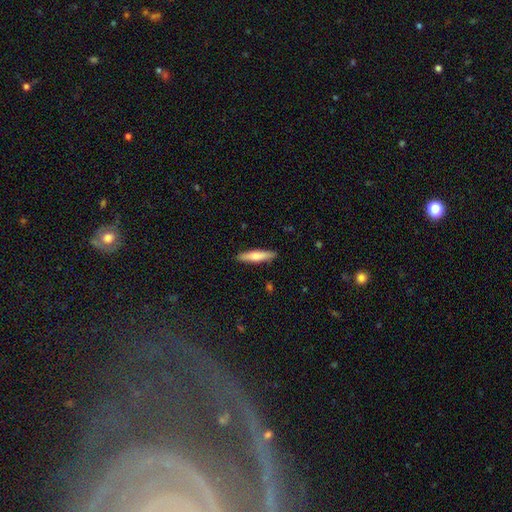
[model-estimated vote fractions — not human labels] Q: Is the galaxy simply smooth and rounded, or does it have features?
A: smooth — 64%.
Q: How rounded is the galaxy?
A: cigar-shaped — 82%.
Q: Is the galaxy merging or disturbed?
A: none — 90%.